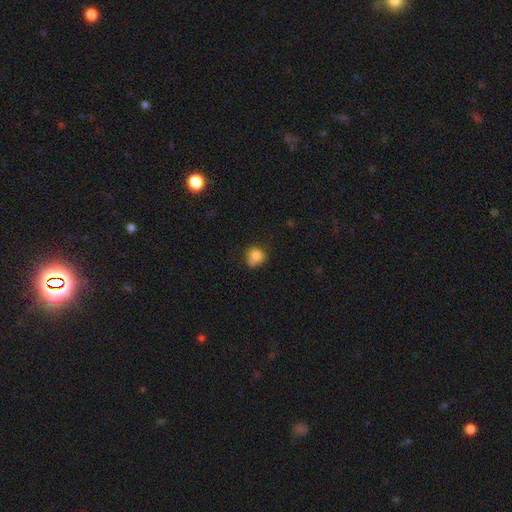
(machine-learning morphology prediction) Overall: smooth (82%). How rounded: round (80%). Merging: none (54%; minor disturbance 27%).